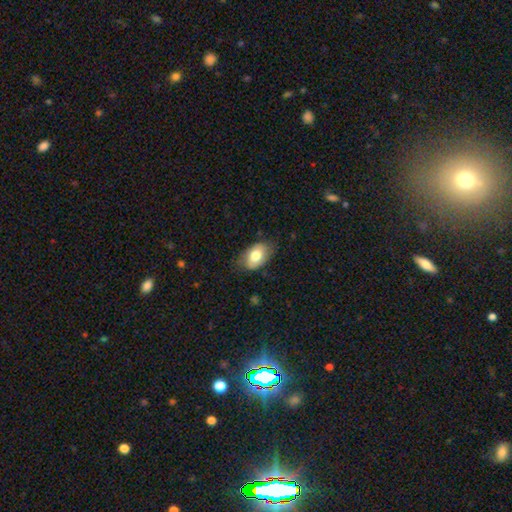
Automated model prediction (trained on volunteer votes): Smooth or featured? Predicted: smooth (p=0.73). How rounded? Predicted: in between (p=0.90). Merging? Predicted: none (p=0.73).